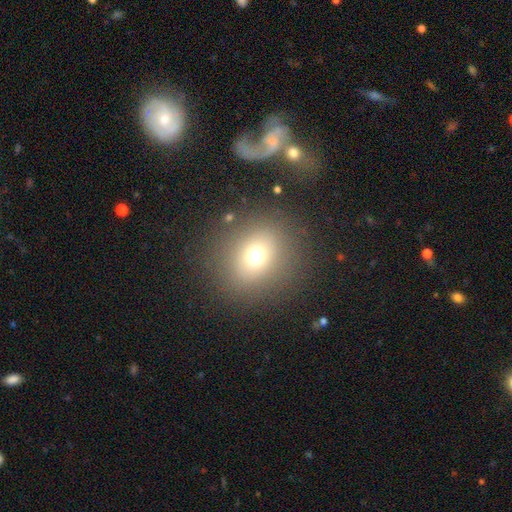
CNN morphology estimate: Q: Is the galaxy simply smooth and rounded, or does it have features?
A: smooth — 69%.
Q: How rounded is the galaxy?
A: round — 79%.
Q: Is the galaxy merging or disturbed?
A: none — 86%.